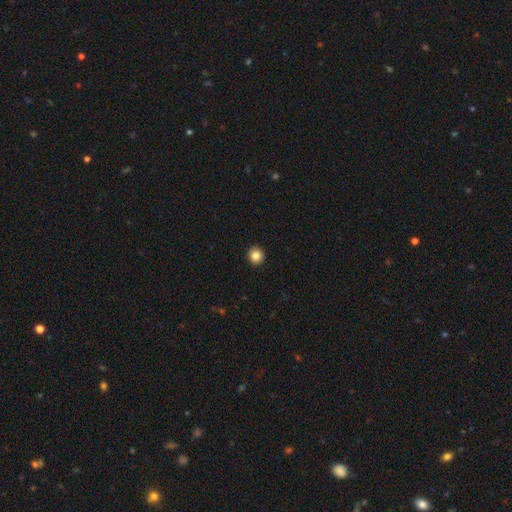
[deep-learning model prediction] A smooth galaxy with no disk features (85%) that is round (94%).

Vote fractions:
- Smooth or featured? smooth: 85% / star or artifact: 10% / featured or disk: 5%
- How rounded? round: 94% / in between: 5% / cigar-shaped: 1%
- Merging? none: 93% / minor disturbance: 4% / major disturbance: 1% / merger: 1%